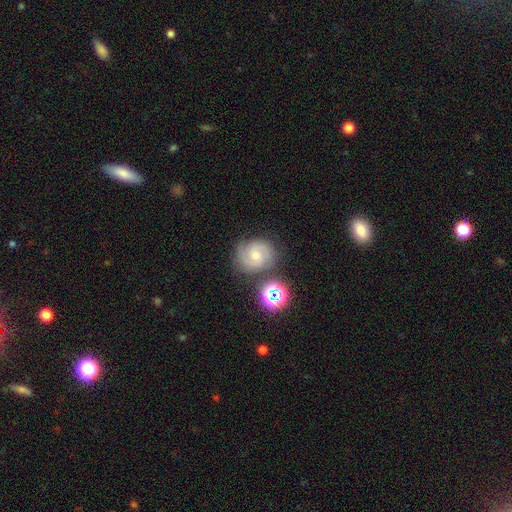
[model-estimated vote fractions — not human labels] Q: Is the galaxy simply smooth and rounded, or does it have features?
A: featured or disk — 66%.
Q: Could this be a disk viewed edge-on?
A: no — 98%.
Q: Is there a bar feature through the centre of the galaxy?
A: no — 60%.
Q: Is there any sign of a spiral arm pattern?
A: yes — 94%.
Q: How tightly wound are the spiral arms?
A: tight — 50%.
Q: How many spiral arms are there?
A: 2 — 69%.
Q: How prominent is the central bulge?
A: small — 52%.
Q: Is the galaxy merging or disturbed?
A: none — 76%.